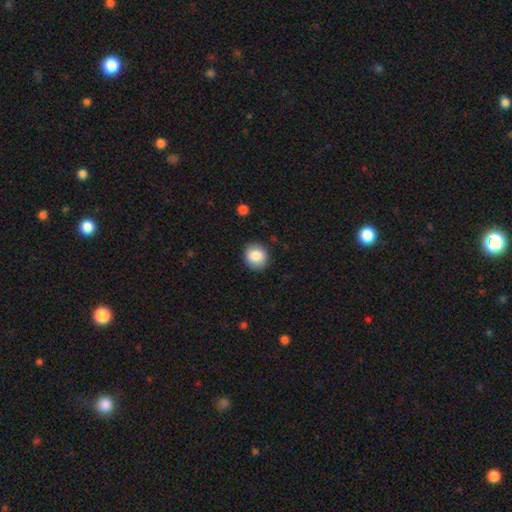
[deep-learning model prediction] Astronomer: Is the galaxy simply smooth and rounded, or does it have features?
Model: smooth — 85%.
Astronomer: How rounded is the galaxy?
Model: round — 84%.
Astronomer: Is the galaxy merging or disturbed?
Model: none — 89%.